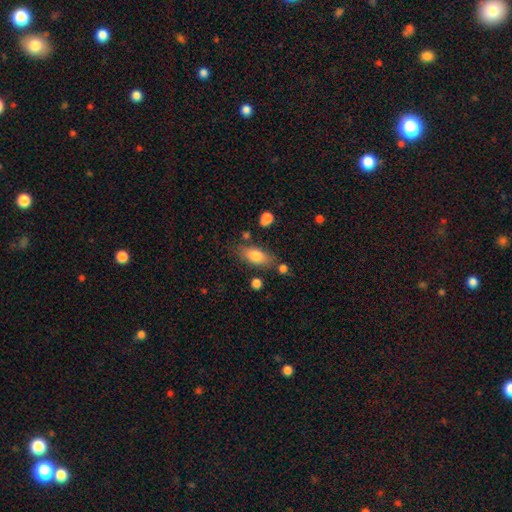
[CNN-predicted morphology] type=smooth (78%); roundness=in between (83%); merging=none (72%).